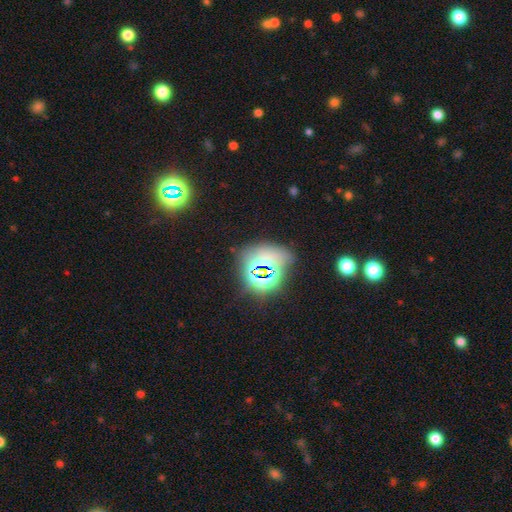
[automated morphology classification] The model was most divided on "smooth or featured": star or artifact: 65%, smooth: 23%, featured or disk: 12%.